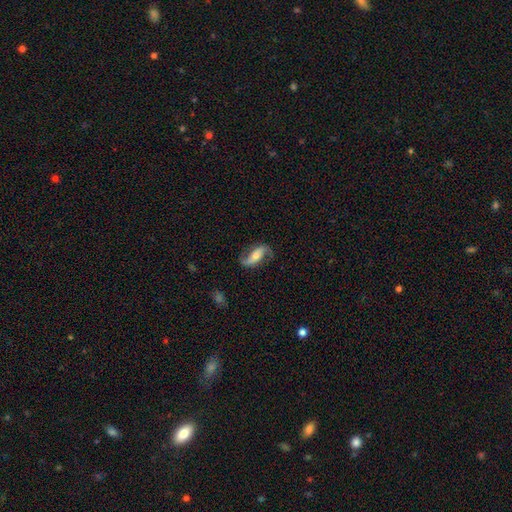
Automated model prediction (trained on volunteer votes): A featured or disk galaxy (79%) with a strong bar (36%), 2 (91%) loose (62%) spiral arms (94%) and a moderate central bulge (47%). Merging: none (77%).